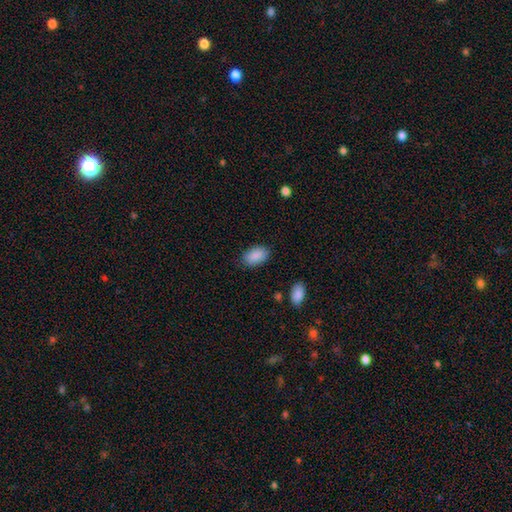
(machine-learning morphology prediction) smooth-or-featured: smooth: 88% | star or artifact: 6% | featured or disk: 6%
  how-rounded: in between: 93% | round: 6% | cigar-shaped: 1%
  merging: none: 84% | minor disturbance: 12% | major disturbance: 3% | merger: 1%